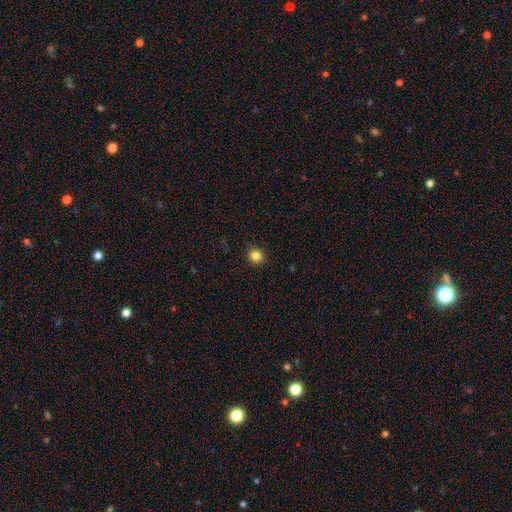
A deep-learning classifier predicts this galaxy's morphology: Overall: smooth (84%). How rounded: round (86%). Merging: none (91%).